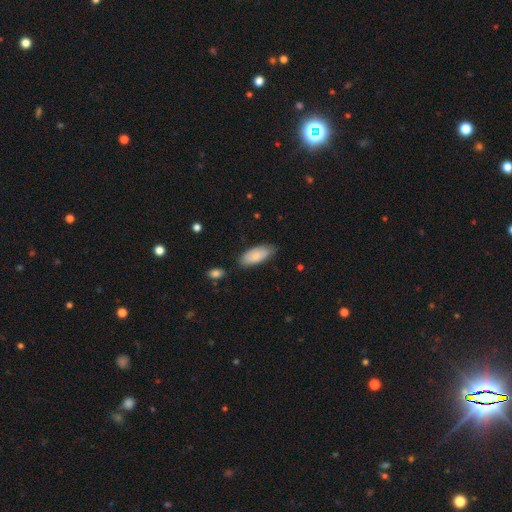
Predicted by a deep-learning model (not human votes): A smooth galaxy with no disk features (80%) that is in between round and cigar-shaped (86%).

Vote fractions:
- Smooth or featured? smooth: 80% / featured or disk: 14% / star or artifact: 6%
- How rounded? in between: 86% / cigar-shaped: 12% / round: 2%
- Merging? none: 77% / minor disturbance: 17% / major disturbance: 3% / merger: 3%